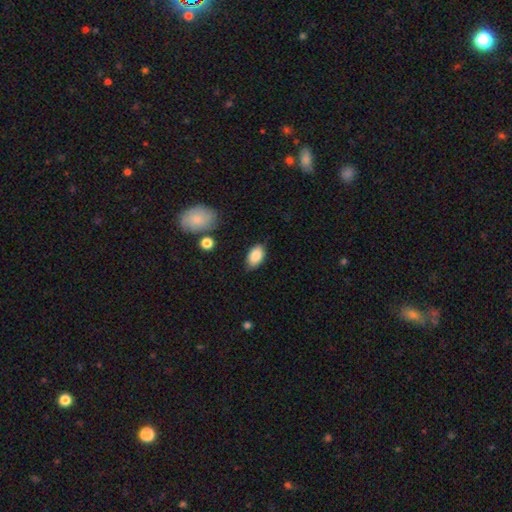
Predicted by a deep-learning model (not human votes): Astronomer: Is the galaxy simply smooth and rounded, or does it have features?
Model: smooth — 85%.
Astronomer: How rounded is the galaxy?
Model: in between — 92%.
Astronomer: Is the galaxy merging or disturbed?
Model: none — 79%.